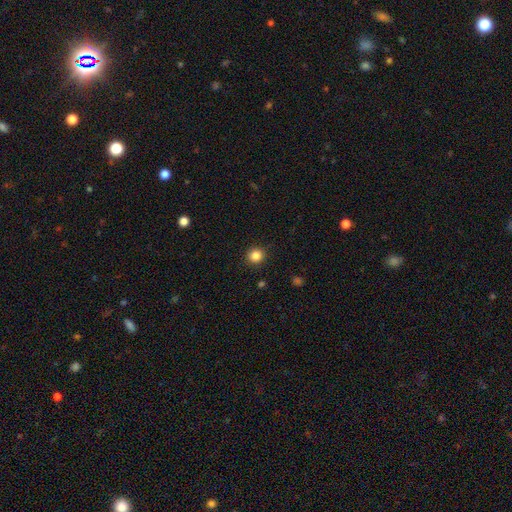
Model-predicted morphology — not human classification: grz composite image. It shows a smooth galaxy with no disk features (85%) that is round (91%). Merging: none (91%).